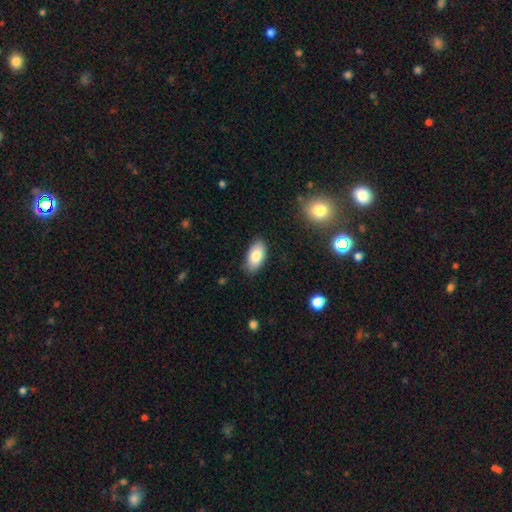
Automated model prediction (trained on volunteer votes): The model was most divided on "merging": none: 82%, minor disturbance: 15%, major disturbance: 3%, merger: 1%. More confident: how rounded — in between (94%); smooth or featured — smooth (83%).